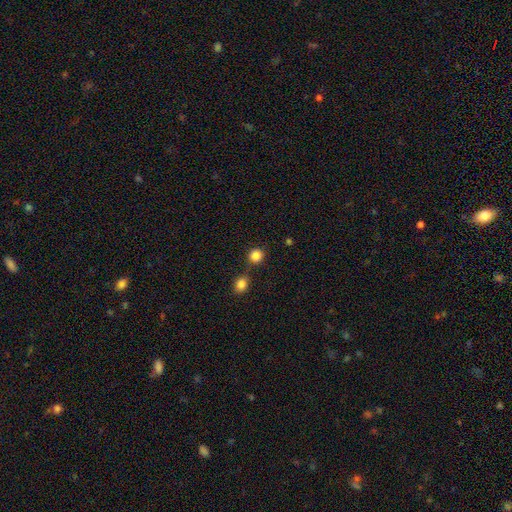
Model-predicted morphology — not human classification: type=smooth (85%); roundness=round (87%); merging=none (73%).